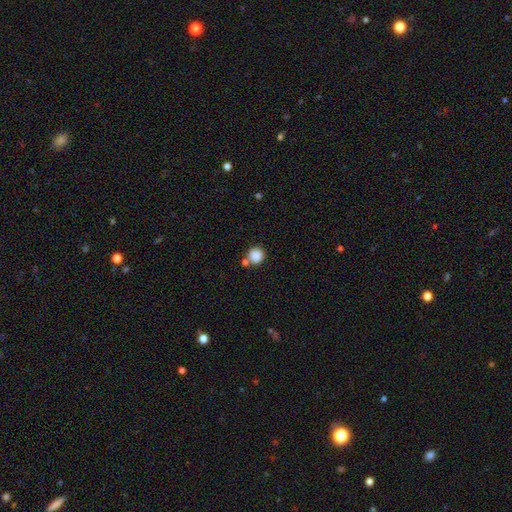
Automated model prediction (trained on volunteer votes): Smooth or featured: smooth — 86% (star or artifact — 10%)
How rounded: round — 91% (in between — 8%)
Merging: none — 69% (merger — 17%)